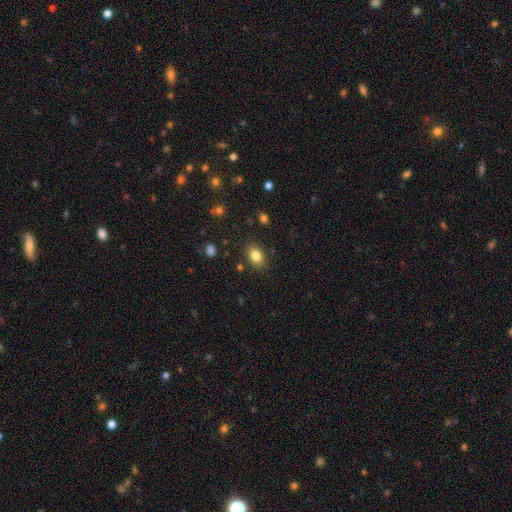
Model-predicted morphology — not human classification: type=smooth (83%); roundness=in between (74%); merging=none (85%).